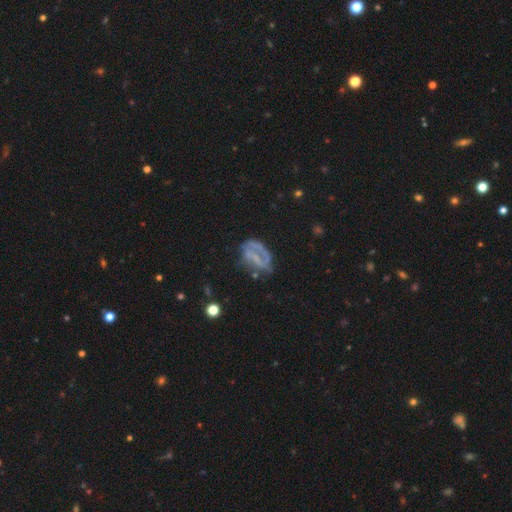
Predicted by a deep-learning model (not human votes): smooth_or_featured: featured or disk (p=0.59) [alt: smooth p=0.28]
disk_edge_on: no (p=0.95) [alt: yes p=0.05]
bar: no (p=0.48) [alt: weak p=0.28]
has_spiral_arms: no (p=0.54) [alt: yes p=0.46]
bulge_size: none (p=0.60) [alt: small p=0.25]
merging: none (p=0.46) [alt: major disturbance p=0.25]